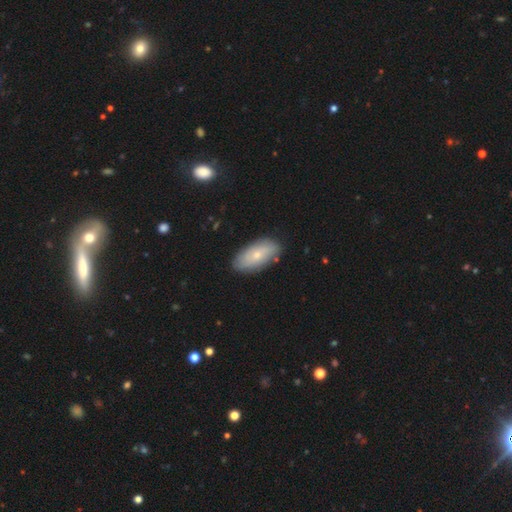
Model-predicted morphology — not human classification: This appears to be a smooth galaxy with no disk features (63%) that is in between round and cigar-shaped (91%). Merging: none (83%).